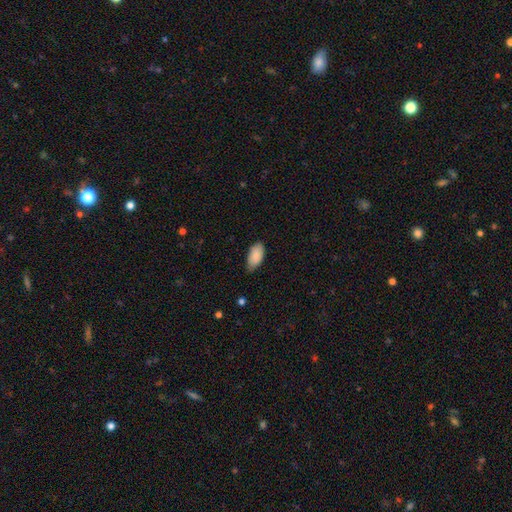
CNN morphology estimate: Smooth or featured? Predicted: smooth (p=0.88). How rounded? Predicted: in between (p=0.94). Merging? Predicted: none (p=0.69).